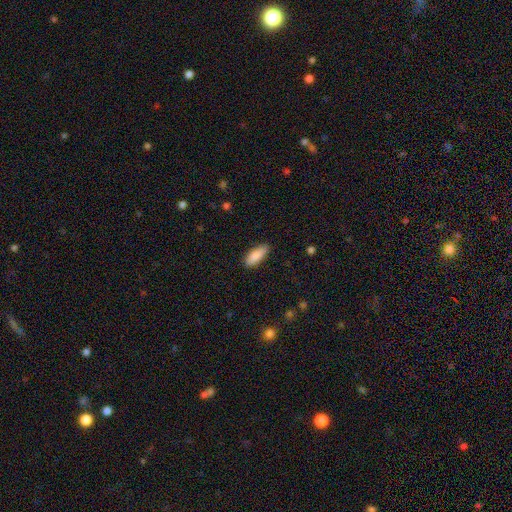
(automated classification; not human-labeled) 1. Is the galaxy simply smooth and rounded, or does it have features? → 88% smooth, 6% featured or disk, 6% star or artifact.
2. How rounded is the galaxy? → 74% in between, 24% cigar-shaped, 2% round.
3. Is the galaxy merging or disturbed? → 86% none, 11% minor disturbance, 2% major disturbance, 1% merger.